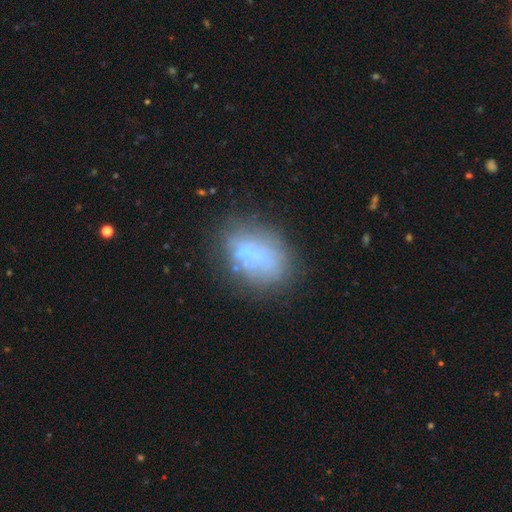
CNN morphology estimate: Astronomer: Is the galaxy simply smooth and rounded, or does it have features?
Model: smooth — 49% (runner-up: featured or disk, 38%).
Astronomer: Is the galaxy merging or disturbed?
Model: none — 56%.